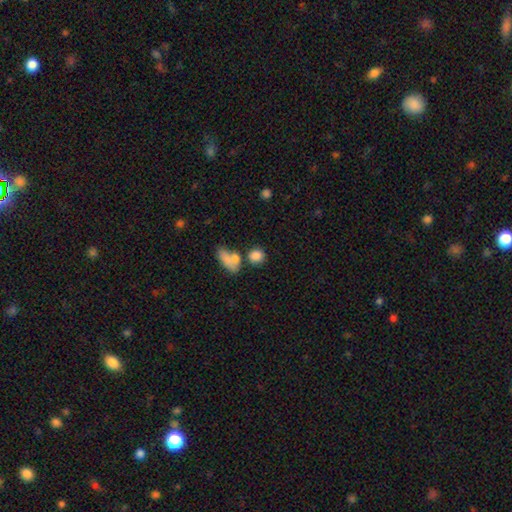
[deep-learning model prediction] This is clearly a smooth galaxy (83%). How rounded: likely round (73%). Merging: possibly none (58%).